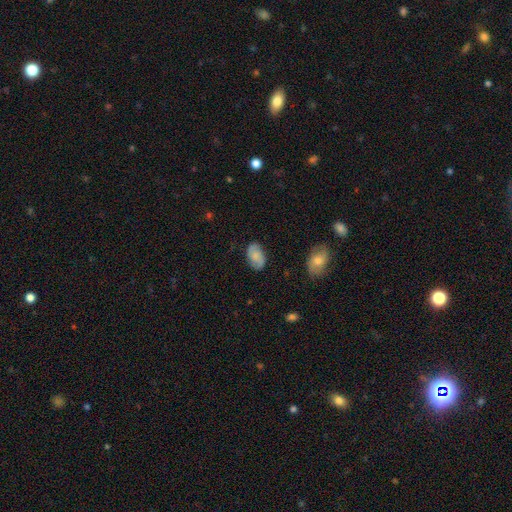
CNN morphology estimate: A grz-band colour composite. It shows a smooth galaxy with no disk features (57%) that is in between round and cigar-shaped (92%). Merging: none (80%).